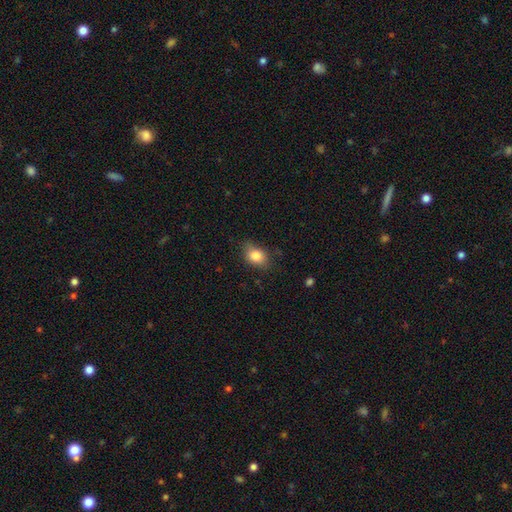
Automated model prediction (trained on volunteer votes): Q: Smooth or featured?
A: smooth (84%); runner-up: star or artifact (9%)
Q: How rounded?
A: in between (70%); runner-up: round (28%)
Q: Merging?
A: none (72%); runner-up: minor disturbance (22%)